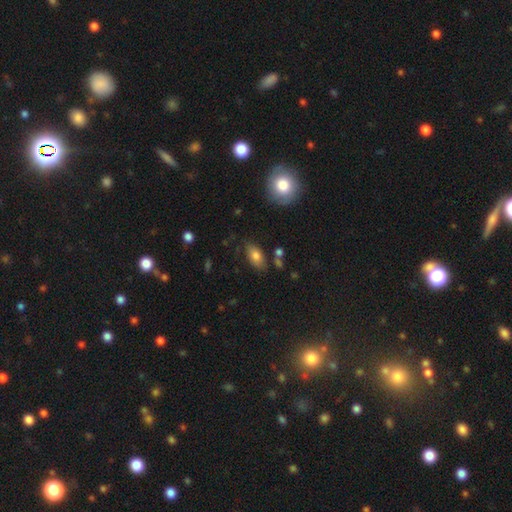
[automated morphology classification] smooth_or_featured: smooth (p=0.78) [alt: featured or disk p=0.13]
how_rounded: in between (p=0.89) [alt: round p=0.06]
merging: none (p=0.74) [alt: minor disturbance p=0.17]